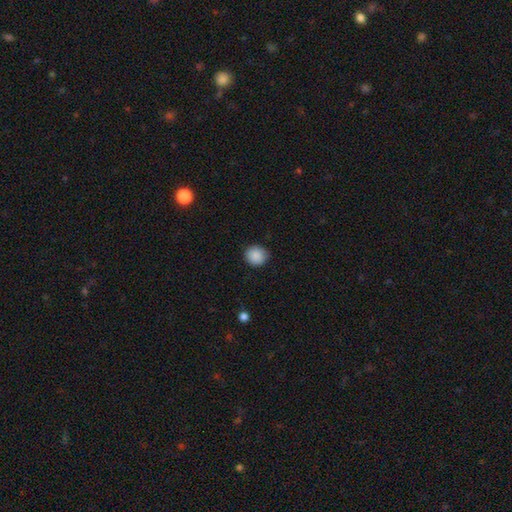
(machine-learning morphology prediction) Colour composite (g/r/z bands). It shows a smooth galaxy with no disk features (89%) that is round (89%). Merging: none (88%).